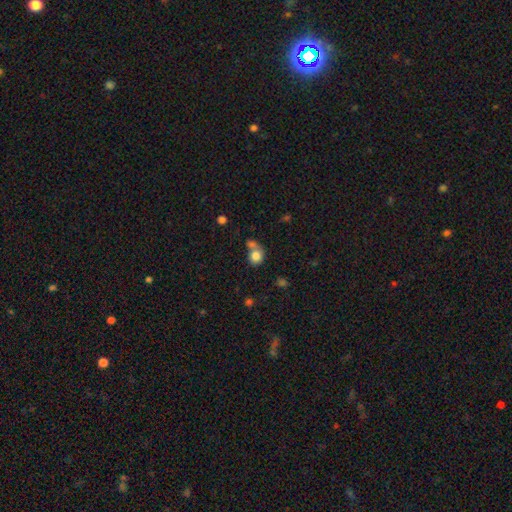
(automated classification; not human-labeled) A smooth galaxy with no disk features (81%) that is round (74%). Merging: none (42%).